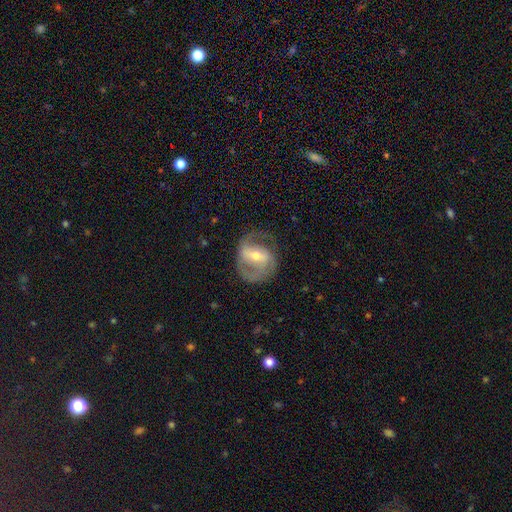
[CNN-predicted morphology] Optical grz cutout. It shows a featured or disk galaxy (81%) with a strong bar (46%), 2 (81%) medium (52%) spiral arms (90%) and a moderate central bulge (51%). Merging: none (68%).